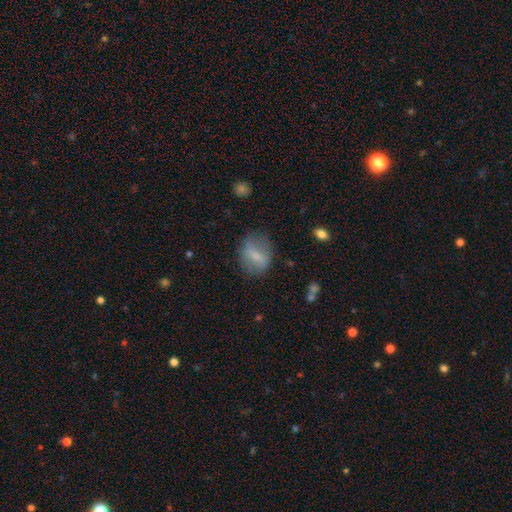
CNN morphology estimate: A smooth galaxy with no disk features (60%) that is in between round and cigar-shaped (64%). Merging: none (65%).